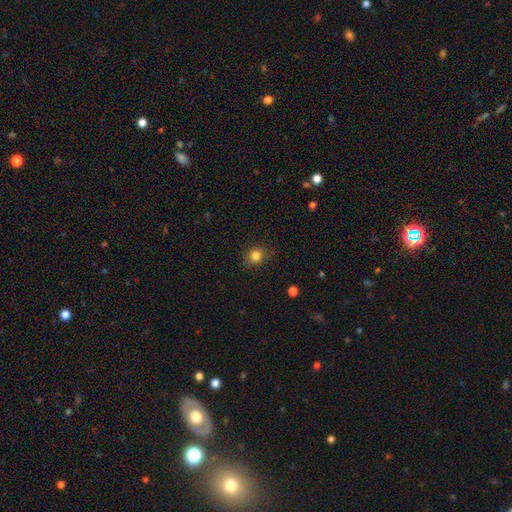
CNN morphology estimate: A smooth galaxy with no disk features (82%) that is round (76%).

Vote fractions:
- Smooth or featured? smooth: 82% / star or artifact: 12% / featured or disk: 6%
- How rounded? round: 76% / in between: 23% / cigar-shaped: 1%
- Merging? none: 85% / minor disturbance: 11% / major disturbance: 3% / merger: 1%